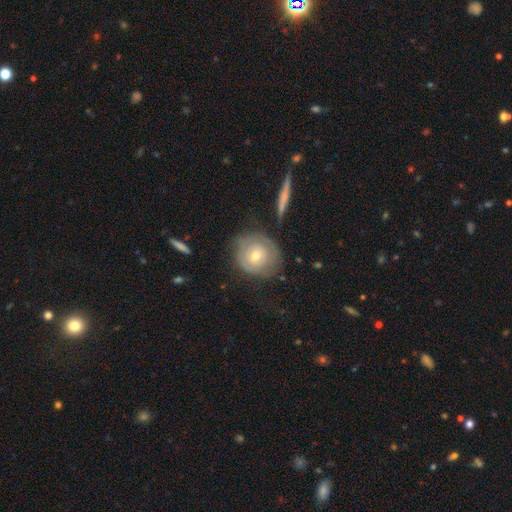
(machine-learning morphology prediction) The model was most divided on "smooth or featured": featured or disk: 51%, smooth: 42%, star or artifact: 7%. More confident: edge-on disk — no (94%); merging — none (69%).